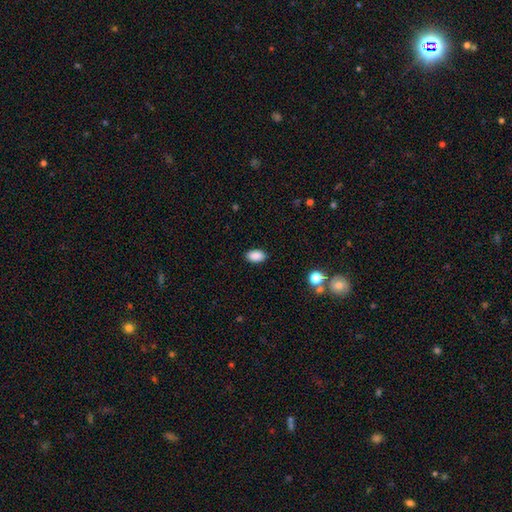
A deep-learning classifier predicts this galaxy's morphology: The model was most divided on "smooth or featured": smooth: 89%, star or artifact: 8%, featured or disk: 3%. More confident: how rounded — in between (92%); merging — none (89%).